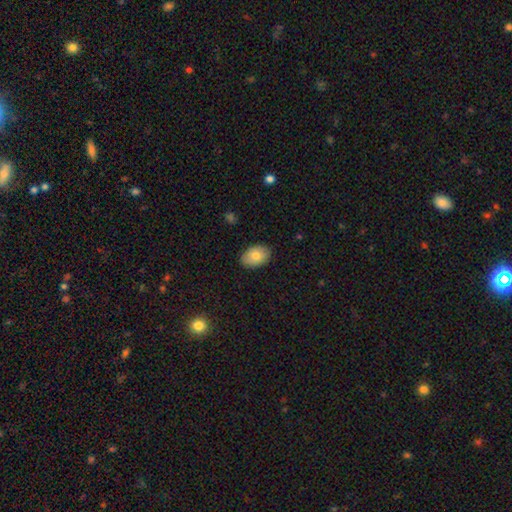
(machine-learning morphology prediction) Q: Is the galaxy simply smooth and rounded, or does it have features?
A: smooth — 79%.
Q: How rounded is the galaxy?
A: in between — 85%.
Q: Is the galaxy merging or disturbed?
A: none — 85%.